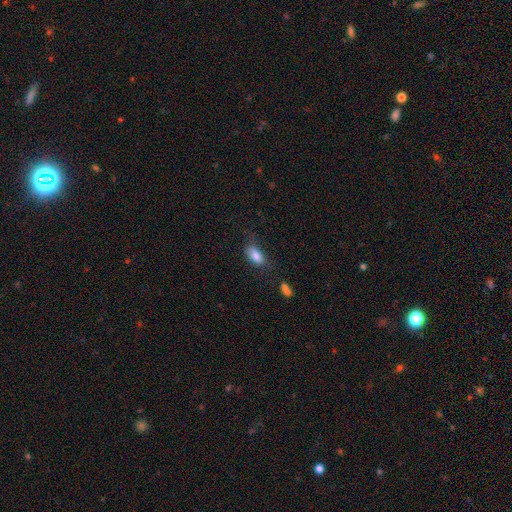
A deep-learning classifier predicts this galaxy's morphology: A smooth galaxy with no disk features (83%) that is in between round and cigar-shaped (88%).

Vote fractions:
- Smooth or featured? smooth: 83% / featured or disk: 9% / star or artifact: 8%
- How rounded? in between: 88% / cigar-shaped: 8% / round: 4%
- Merging? none: 60% / minor disturbance: 25% / major disturbance: 11% / merger: 3%